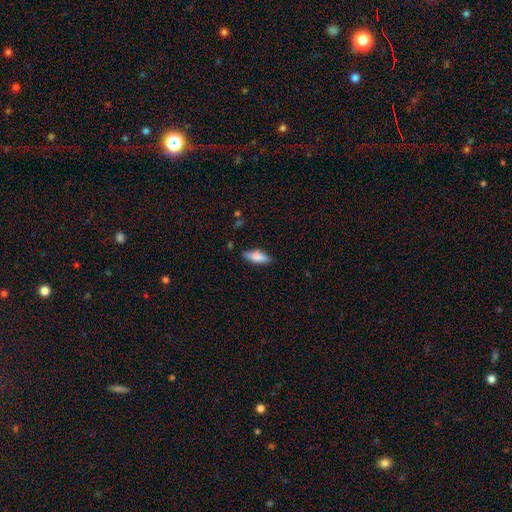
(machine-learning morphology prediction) smooth 76%, featured or disk 17%, star or artifact 7%. Down the decision tree: how rounded — in between (62%); merging — none (84%).